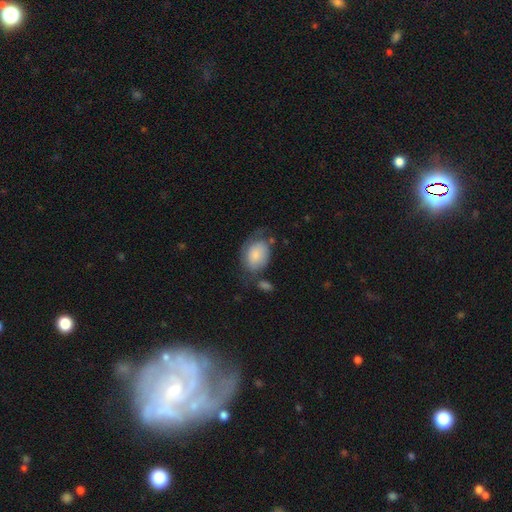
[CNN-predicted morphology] Overall: smooth (72%). How rounded: in between (75%). Merging: none (40%; minor disturbance 30%).